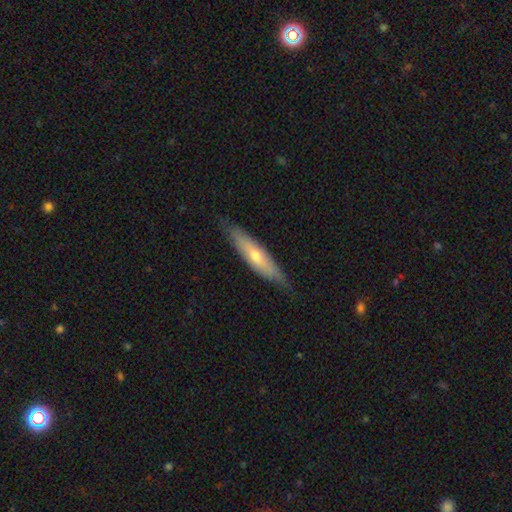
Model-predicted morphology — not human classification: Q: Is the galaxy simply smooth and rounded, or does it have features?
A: smooth — 48%.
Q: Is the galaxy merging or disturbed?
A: none — 77%.